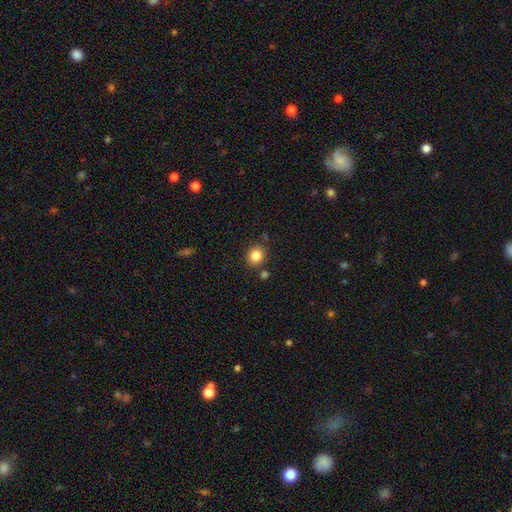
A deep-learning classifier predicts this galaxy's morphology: Smooth or featured? smooth (85%)
How rounded? round (81%)
Merging? none (82%)